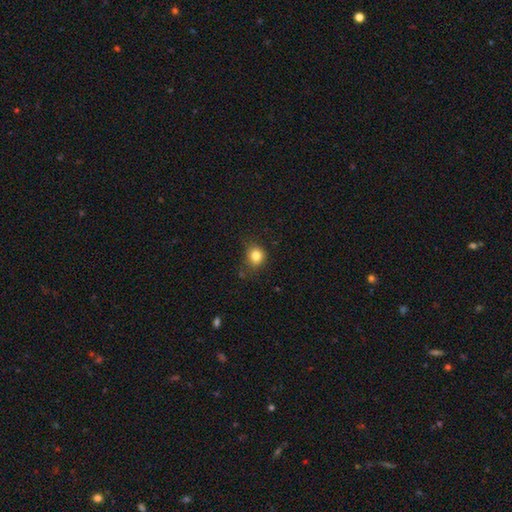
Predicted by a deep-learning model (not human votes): smooth-or-featured: smooth: 82% | star or artifact: 12% | featured or disk: 6%
  how-rounded: round: 78% | in between: 21% | cigar-shaped: 1%
  merging: none: 73% | minor disturbance: 20% | major disturbance: 5% | merger: 2%